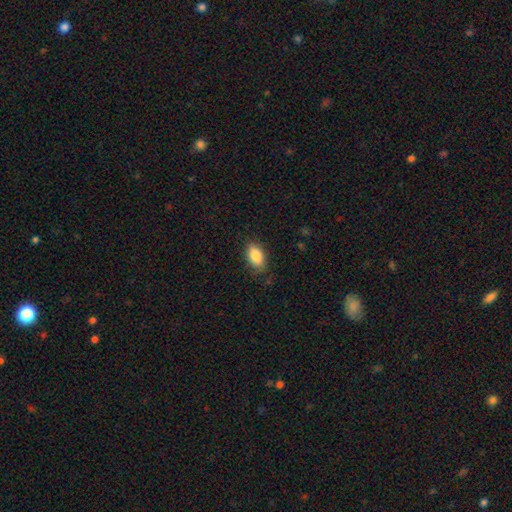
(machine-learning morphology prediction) type=smooth (86%); roundness=in between (91%); merging=none (82%).